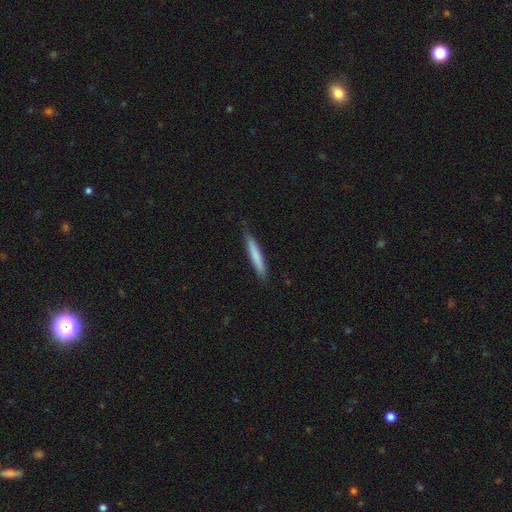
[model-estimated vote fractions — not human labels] Morphology: type=smooth (75%); roundness=cigar-shaped (94%); merging=none (85%).